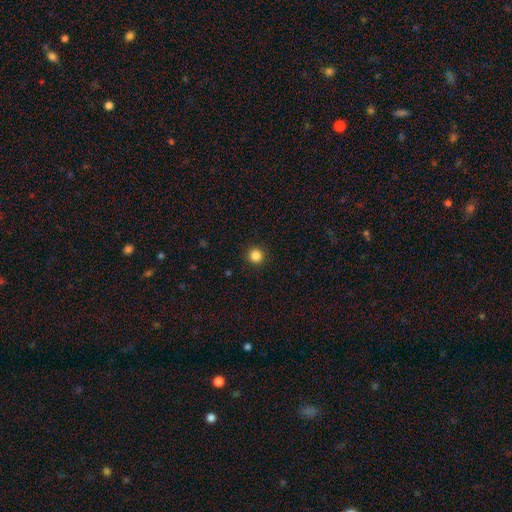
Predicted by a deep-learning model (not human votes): smooth-or-featured: smooth: 85% | star or artifact: 11% | featured or disk: 3%
  how-rounded: round: 95% | in between: 4% | cigar-shaped: 1%
  merging: none: 93% | minor disturbance: 5% | major disturbance: 2% | merger: 1%